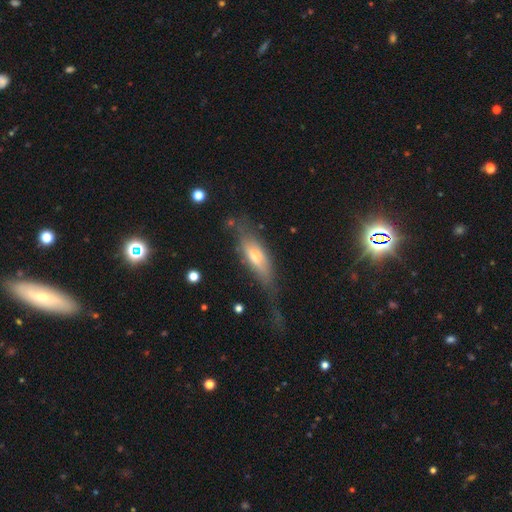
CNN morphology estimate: Overall: featured or disk (48%; smooth 44%). Merging: none (41%; minor disturbance 28%).